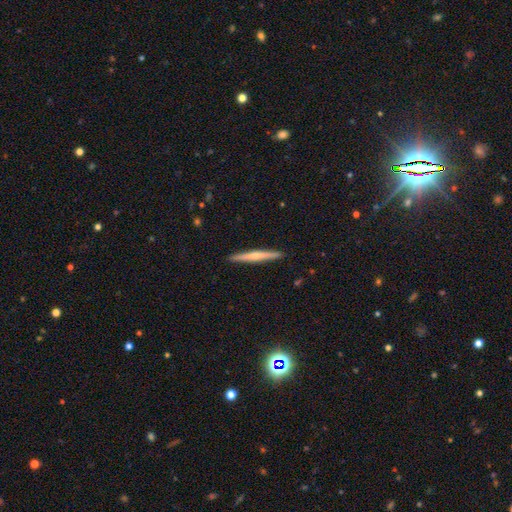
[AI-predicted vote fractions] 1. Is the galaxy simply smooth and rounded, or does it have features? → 52% featured or disk, 43% smooth, 6% star or artifact.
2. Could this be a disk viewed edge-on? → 98% yes, 2% no.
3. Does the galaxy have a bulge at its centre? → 52% rounded, 40% none, 8% boxy.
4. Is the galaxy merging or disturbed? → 92% none, 5% minor disturbance, 1% major disturbance, 1% merger.